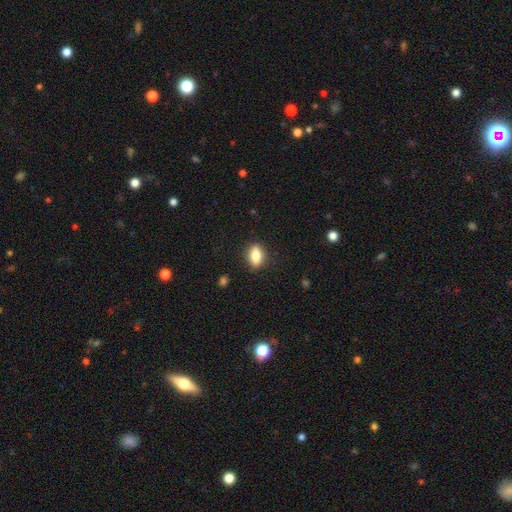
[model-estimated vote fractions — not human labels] This appears to be a smooth galaxy with no disk features (77%) that is in between round and cigar-shaped (78%). Merging: none (86%).